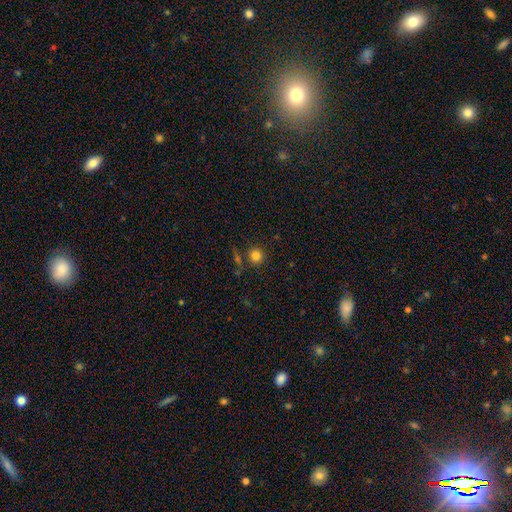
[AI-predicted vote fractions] smooth_or_featured: smooth (p=0.81) [alt: star or artifact p=0.13]
how_rounded: round (p=0.92) [alt: in between p=0.07]
merging: none (p=0.79) [alt: minor disturbance p=0.09]